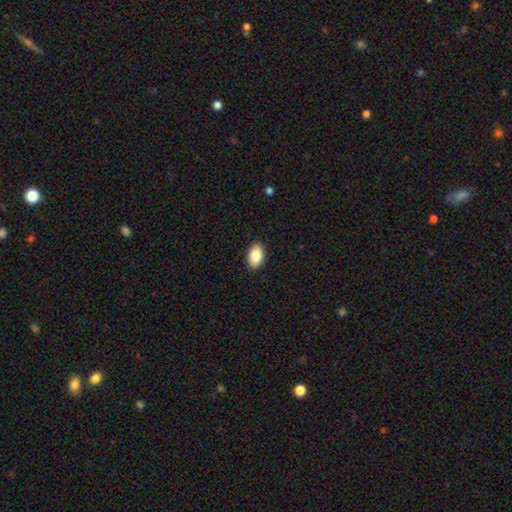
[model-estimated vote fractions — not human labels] smooth 88%, star or artifact 7%, featured or disk 6%. Down the decision tree: how rounded — in between (92%); merging — none (90%).